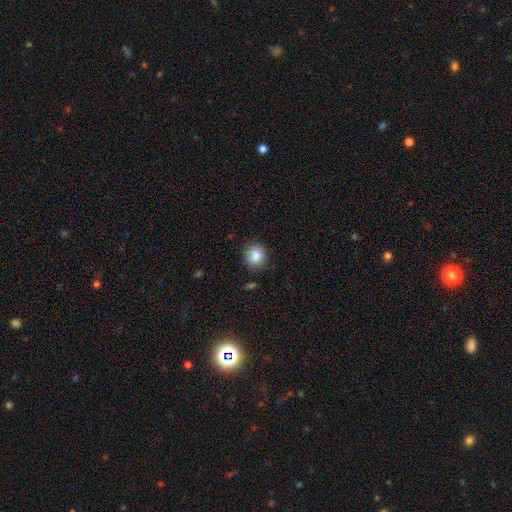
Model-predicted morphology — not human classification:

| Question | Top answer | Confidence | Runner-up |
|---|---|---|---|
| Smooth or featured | smooth | 86% | star or artifact (9%) |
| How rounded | round | 87% | in between (12%) |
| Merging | none | 87% | minor disturbance (9%) |